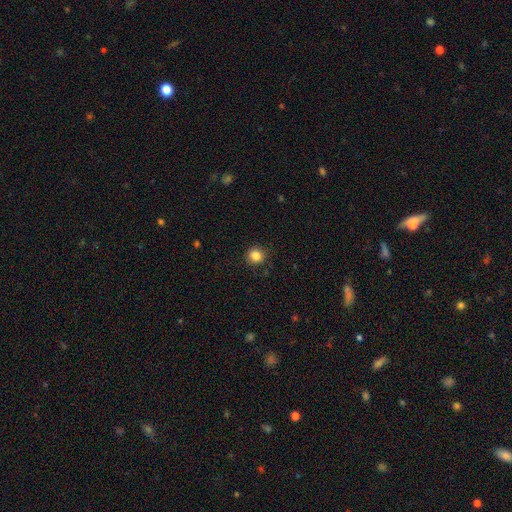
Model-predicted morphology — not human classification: A smooth galaxy with no disk features (85%) that is round (87%).

Vote fractions:
- Smooth or featured? smooth: 85% / star or artifact: 11% / featured or disk: 4%
- How rounded? round: 87% / in between: 13% / cigar-shaped: 1%
- Merging? none: 89% / minor disturbance: 8% / major disturbance: 2% / merger: 1%